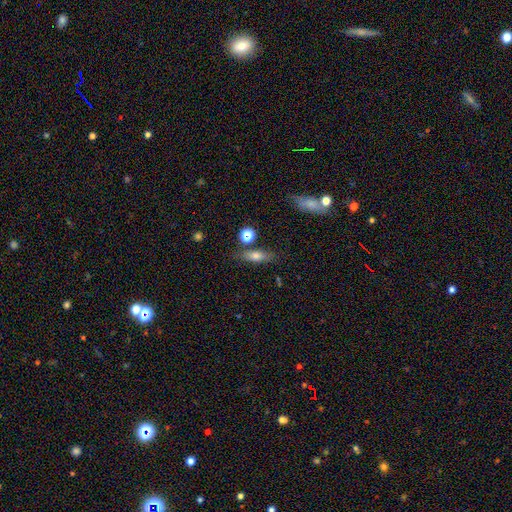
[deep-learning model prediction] Smooth or featured: smooth — 65% (featured or disk — 25%)
How rounded: in between — 50% (cigar-shaped — 43%)
Merging: none — 77% (minor disturbance — 13%)